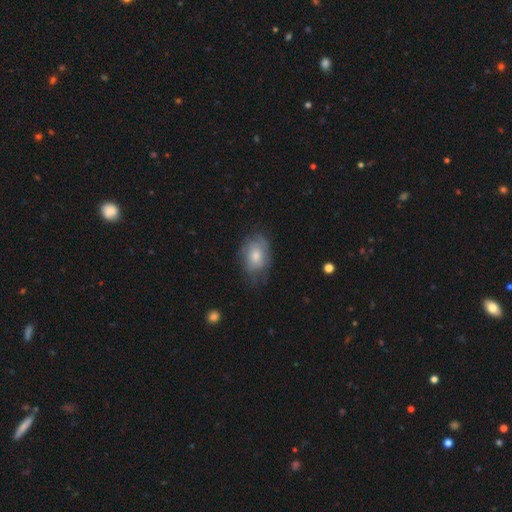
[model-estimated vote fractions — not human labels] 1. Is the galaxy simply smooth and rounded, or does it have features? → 62% smooth, 31% featured or disk, 7% star or artifact.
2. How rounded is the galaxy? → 76% in between, 23% round, 1% cigar-shaped.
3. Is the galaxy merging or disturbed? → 56% none, 29% minor disturbance, 13% major disturbance, 1% merger.